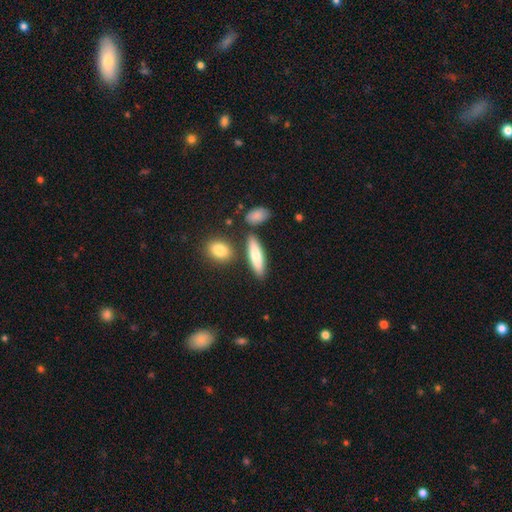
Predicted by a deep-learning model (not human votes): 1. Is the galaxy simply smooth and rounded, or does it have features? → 74% smooth, 19% featured or disk, 6% star or artifact.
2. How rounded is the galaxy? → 63% cigar-shaped, 34% in between, 3% round.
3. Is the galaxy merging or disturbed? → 80% none, 10% minor disturbance, 7% merger, 3% major disturbance.